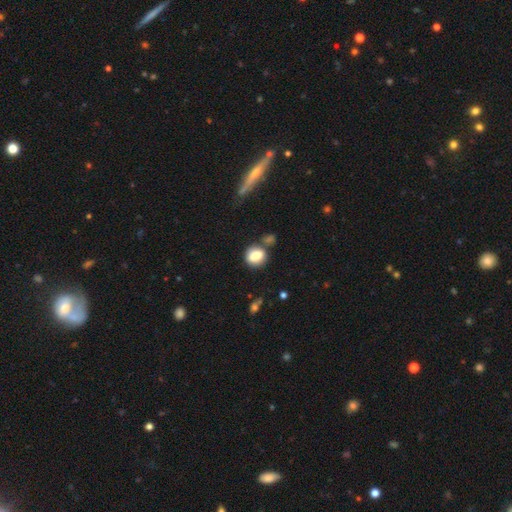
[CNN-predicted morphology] type=smooth (80%); roundness=round (52%); merging=none (64%).